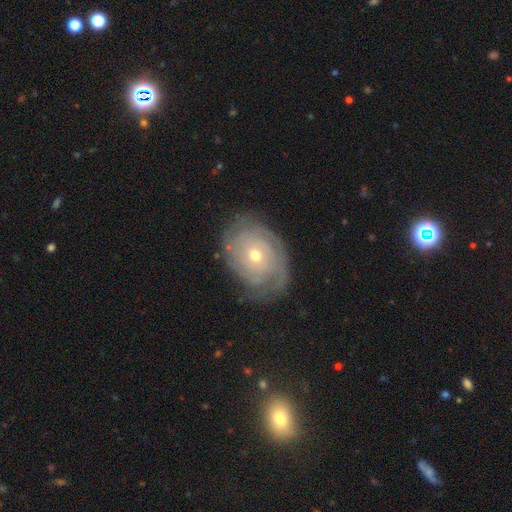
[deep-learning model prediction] The model was most divided on "bulge size": small: 50%, moderate: 47%, large: 2%, none: 1%, dominant: 1%. Remaining: edge-on disk — no (96%); spiral arms — yes (92%); bar — no (80%); smooth or featured — featured or disk (80%); spiral winding — tight (77%); merging — none (74%); spiral arm count — can't tell (44%).